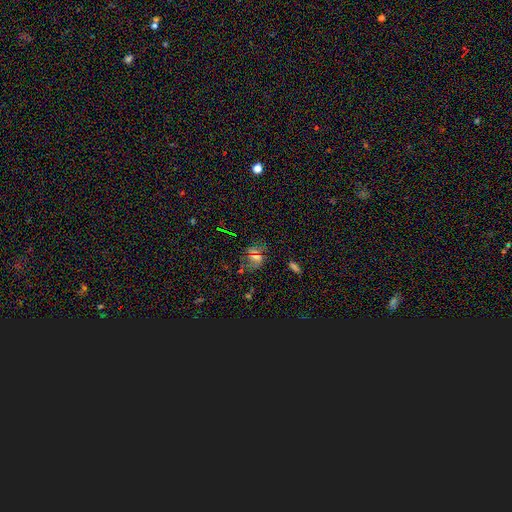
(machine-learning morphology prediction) Smooth or featured? Predicted: smooth (p=0.46). Merging? Predicted: none (p=0.73).